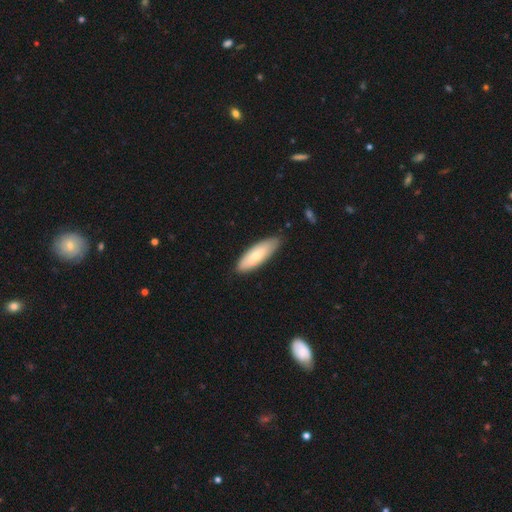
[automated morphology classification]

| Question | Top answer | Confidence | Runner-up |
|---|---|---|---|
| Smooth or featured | smooth | 72% | featured or disk (23%) |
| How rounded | in between | 59% | cigar-shaped (39%) |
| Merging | none | 82% | minor disturbance (14%) |